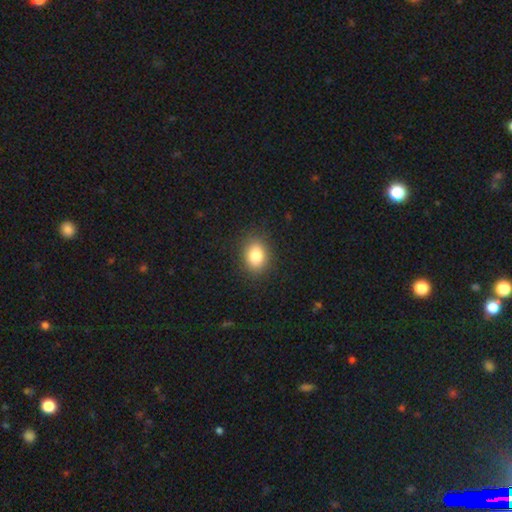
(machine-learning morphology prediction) A smooth galaxy with no disk features (84%) that is in between round and cigar-shaped (65%).

Vote fractions:
- Smooth or featured? smooth: 84% / star or artifact: 9% / featured or disk: 7%
- How rounded? in between: 65% / round: 34% / cigar-shaped: 1%
- Merging? none: 87% / minor disturbance: 9% / major disturbance: 3% / merger: 1%